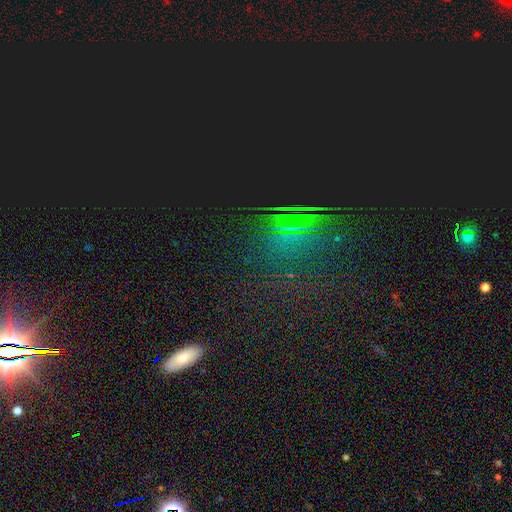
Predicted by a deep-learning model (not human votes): smooth-or-featured: star or artifact: 51% | smooth: 34% | featured or disk: 14%